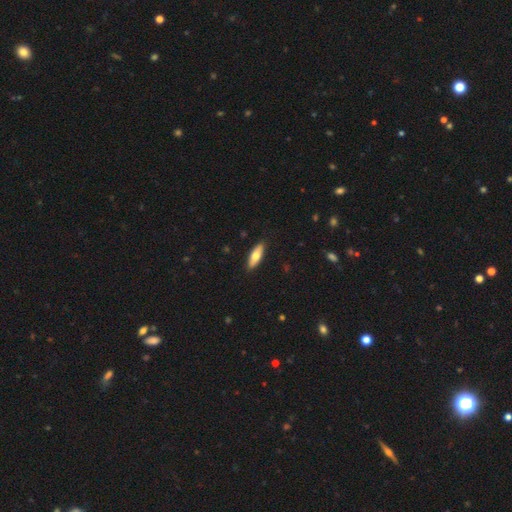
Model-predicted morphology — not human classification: Smooth or featured? smooth (66%)
How rounded? in between (51%)
Merging? none (89%)